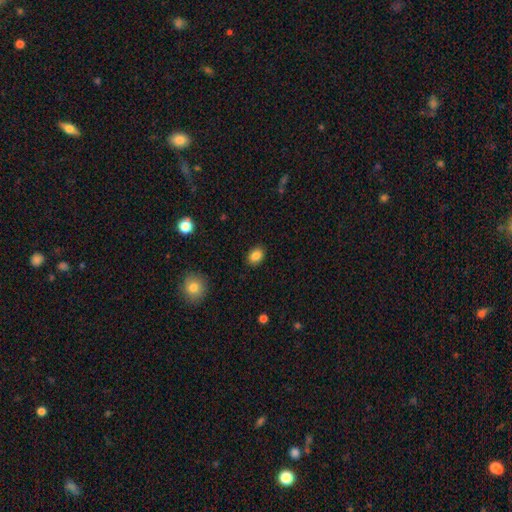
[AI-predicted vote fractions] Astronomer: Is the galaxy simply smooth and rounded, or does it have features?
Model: smooth — 85%.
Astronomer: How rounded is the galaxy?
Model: in between — 61% (runner-up: round, 37%).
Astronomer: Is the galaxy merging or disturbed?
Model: none — 89%.